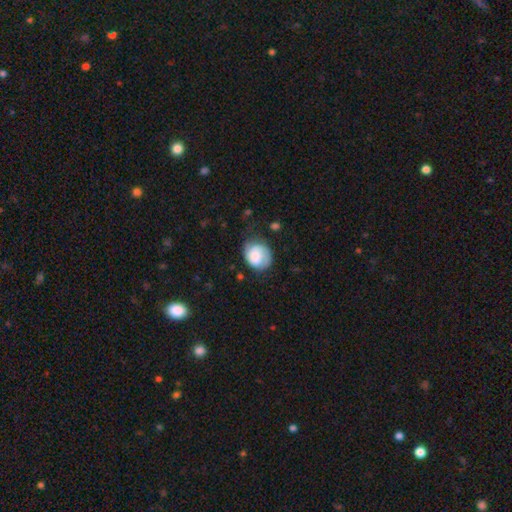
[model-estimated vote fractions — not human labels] smooth_or_featured: smooth (p=0.53) [alt: featured or disk p=0.40]
how_rounded: round (p=0.58) [alt: in between p=0.41]
merging: none (p=0.55) [alt: minor disturbance p=0.30]